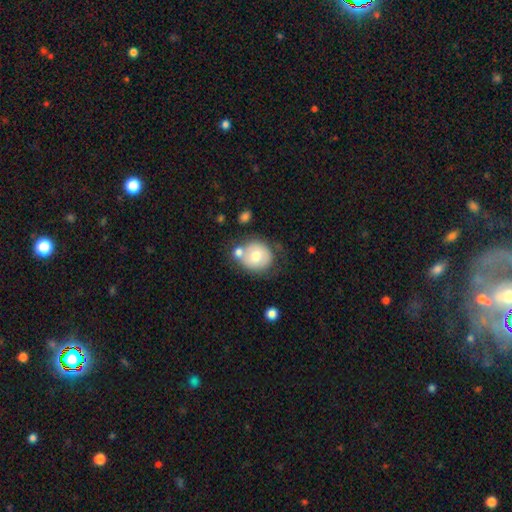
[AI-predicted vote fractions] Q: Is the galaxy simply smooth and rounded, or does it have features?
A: smooth — 67%.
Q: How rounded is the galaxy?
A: round — 78%.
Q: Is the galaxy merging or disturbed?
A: none — 48%.